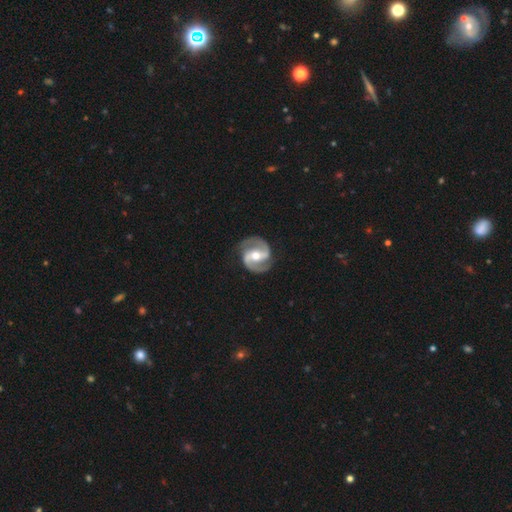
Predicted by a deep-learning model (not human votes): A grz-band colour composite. It shows a featured or disk galaxy (92%) with a strong bar (45%), 2 (94%) medium (59%) spiral arms (98%) and a moderate central bulge (71%). Merging: none (85%).